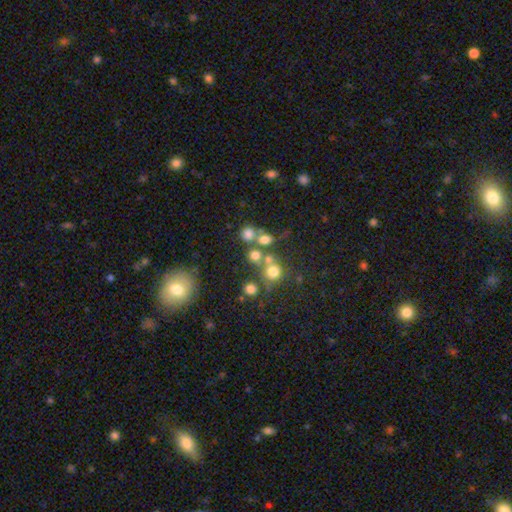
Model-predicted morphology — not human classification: Smooth or featured? smooth (63%)
How rounded? round (84%)
Merging? none (54%)